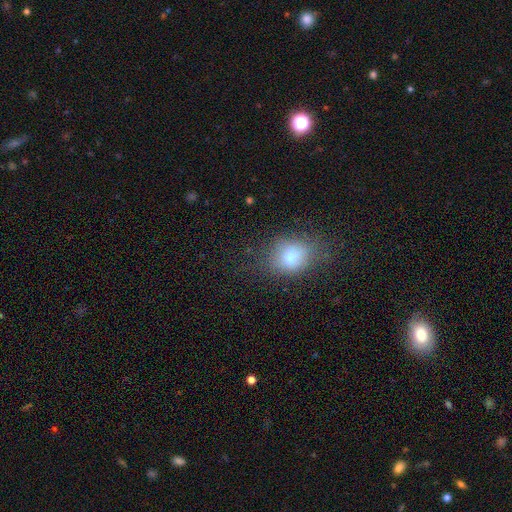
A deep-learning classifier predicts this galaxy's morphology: Smooth or featured? Predicted: smooth (p=0.70). How rounded? Predicted: in between (p=0.61). Merging? Predicted: none (p=0.78).